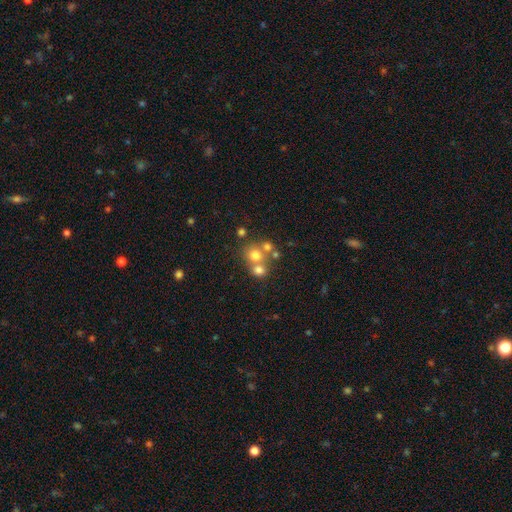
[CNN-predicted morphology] This is likely a smooth galaxy (68%). How rounded: clearly round (82%). Merging: marginally none (45%).